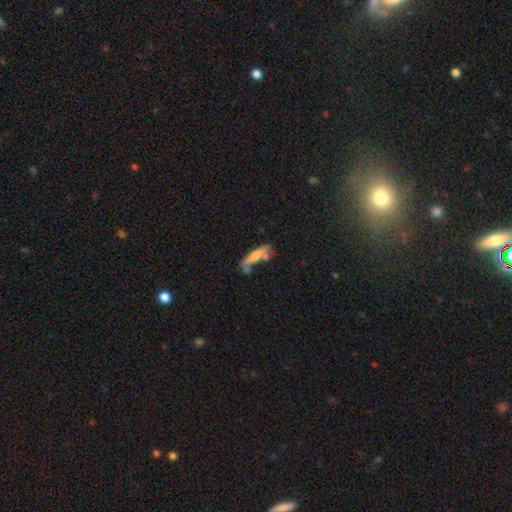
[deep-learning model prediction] Smooth or featured: smooth — 57% (featured or disk — 36%)
How rounded: cigar-shaped — 75% (in between — 23%)
Merging: none — 48% (minor disturbance — 22%)